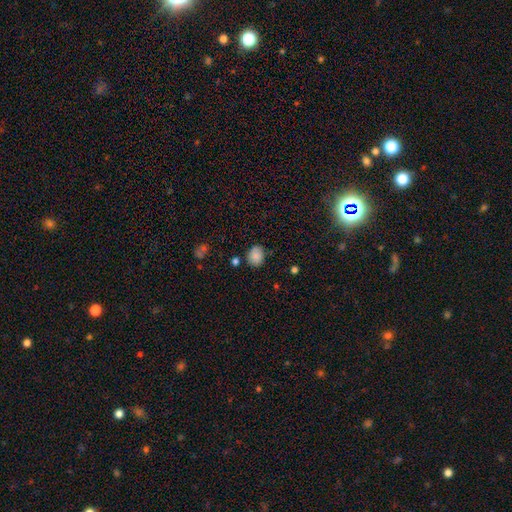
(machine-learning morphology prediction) A smooth galaxy with no disk features (85%) that is round (53%). Merging: none (76%).